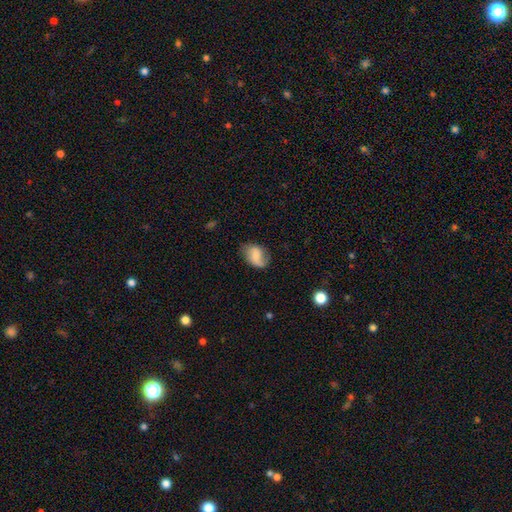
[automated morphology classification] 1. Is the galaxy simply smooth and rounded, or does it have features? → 53% smooth, 39% featured or disk, 9% star or artifact.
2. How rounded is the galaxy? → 75% in between, 23% round, 1% cigar-shaped.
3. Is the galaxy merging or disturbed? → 59% none, 27% minor disturbance, 12% major disturbance, 2% merger.